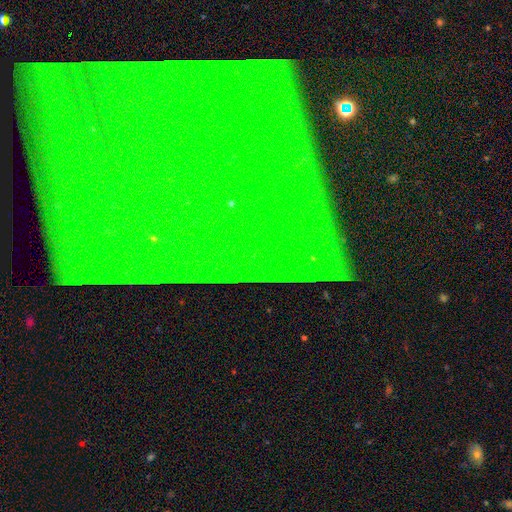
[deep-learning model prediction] Morphology: type=star or artifact (84%).